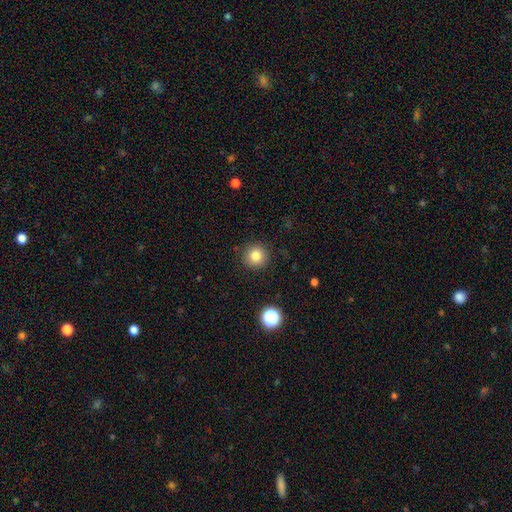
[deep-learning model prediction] Q: Smooth or featured?
A: smooth (81%); runner-up: star or artifact (12%)
Q: How rounded?
A: round (94%); runner-up: in between (5%)
Q: Merging?
A: none (90%); runner-up: minor disturbance (7%)